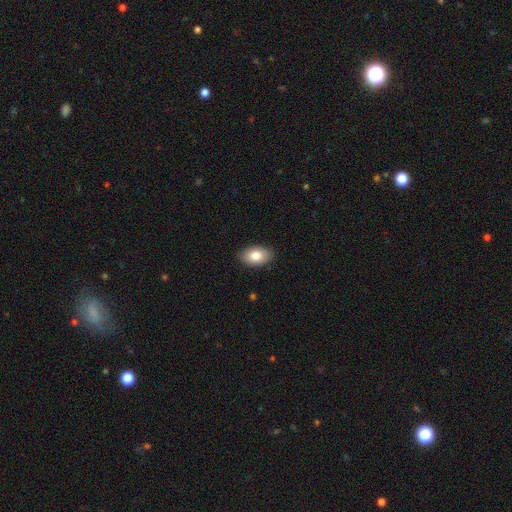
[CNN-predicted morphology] smooth 83%, featured or disk 11%, star or artifact 7%. Down the decision tree: how rounded — in between (92%); merging — none (89%).